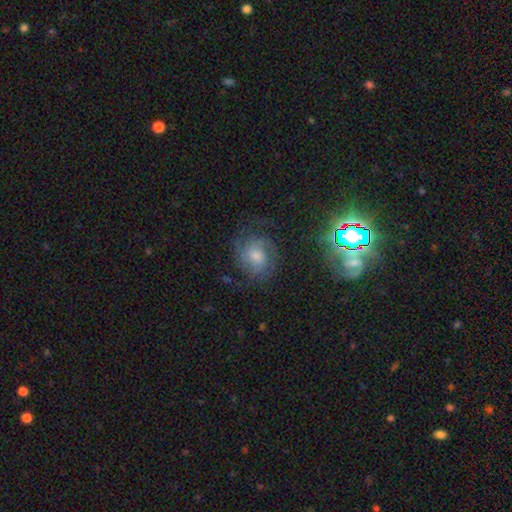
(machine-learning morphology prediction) Q: Smooth or featured?
A: featured or disk (63%); runner-up: smooth (20%)
Q: Edge-on disk?
A: no (97%); runner-up: yes (3%)
Q: Bar?
A: no (64%); runner-up: weak (30%)
Q: Spiral arms?
A: yes (93%); runner-up: no (7%)
Q: Spiral winding?
A: tight (50%); runner-up: medium (40%)
Q: Spiral arm count?
A: can't tell (31%); runner-up: 2 (27%)
Q: Bulge size?
A: moderate (48%); runner-up: small (37%)
Q: Merging?
A: none (71%); runner-up: minor disturbance (16%)